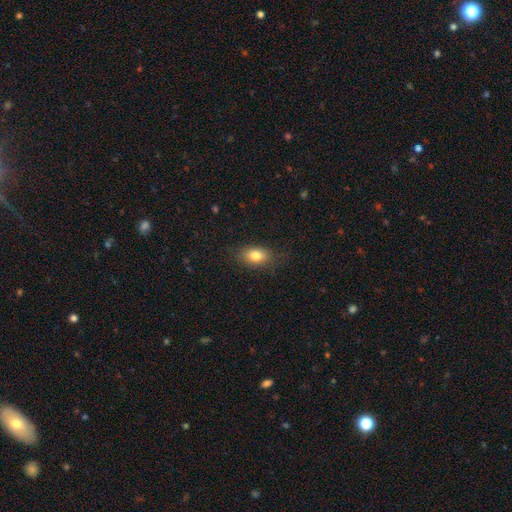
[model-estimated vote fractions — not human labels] Smooth or featured? smooth (80%)
How rounded? in between (82%)
Merging? none (83%)